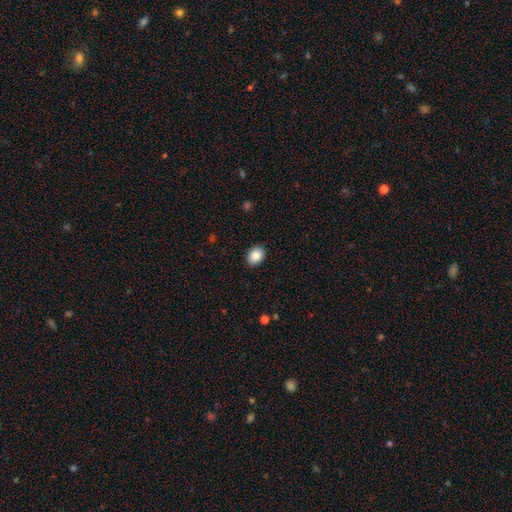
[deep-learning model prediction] A smooth galaxy with no disk features (88%) that is in between round and cigar-shaped (67%). Merging: none (90%).